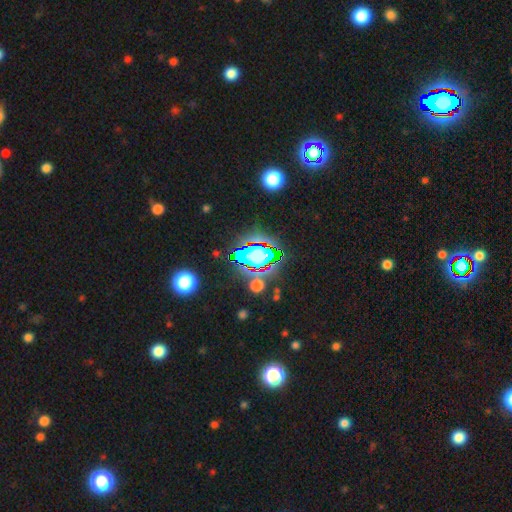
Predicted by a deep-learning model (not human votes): Morphology: type=star or artifact (61%).